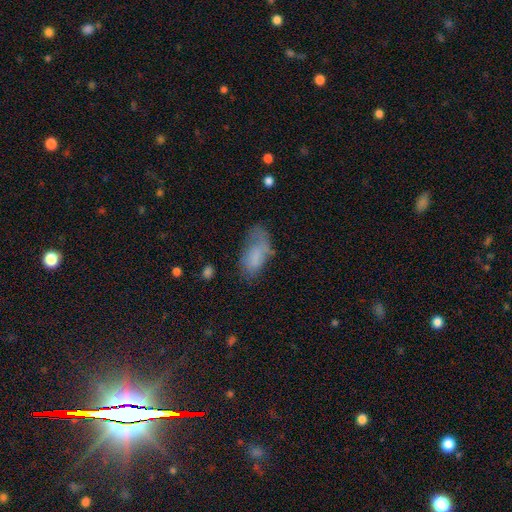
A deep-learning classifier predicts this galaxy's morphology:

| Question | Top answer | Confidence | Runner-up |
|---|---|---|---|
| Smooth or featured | smooth | 69% | featured or disk (21%) |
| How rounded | in between | 91% | cigar-shaped (6%) |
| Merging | none | 42% | minor disturbance (31%) |